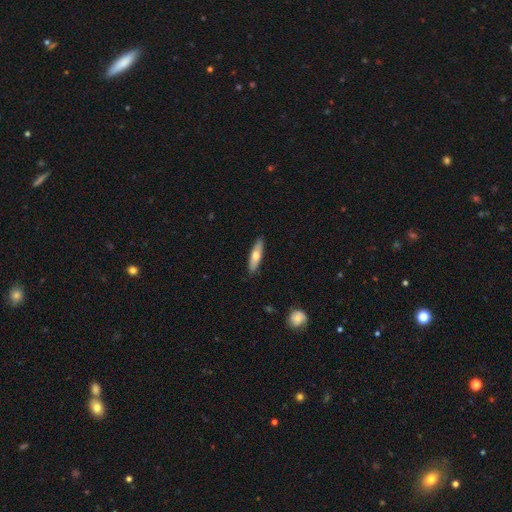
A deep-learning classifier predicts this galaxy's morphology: This is likely a smooth galaxy (61%). How rounded: likely cigar-shaped (65%). Merging: clearly none (88%).